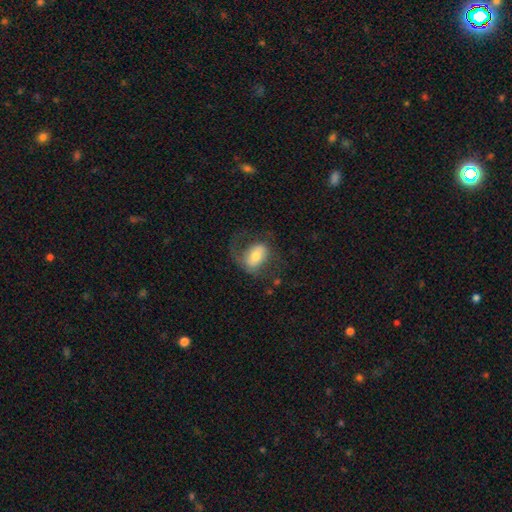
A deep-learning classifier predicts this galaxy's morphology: Overall: smooth (50%; featured or disk 42%). How rounded: in between (78%). Merging: none (47%; major disturbance 29%).